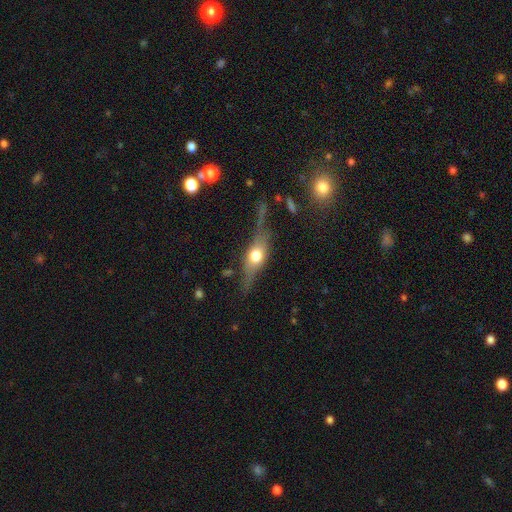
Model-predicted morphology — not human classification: A featured or disk galaxy (59%) viewed edge-on (88%) with a rounded central bulge (93%).

Vote fractions:
- Smooth or featured? featured or disk: 59% / smooth: 33% / star or artifact: 8%
- Edge-on disk? yes: 88% / no: 12%
- Edge-on bulge? rounded: 93% / boxy: 5% / none: 2%
- Merging? none: 67% / minor disturbance: 19% / major disturbance: 10% / merger: 4%